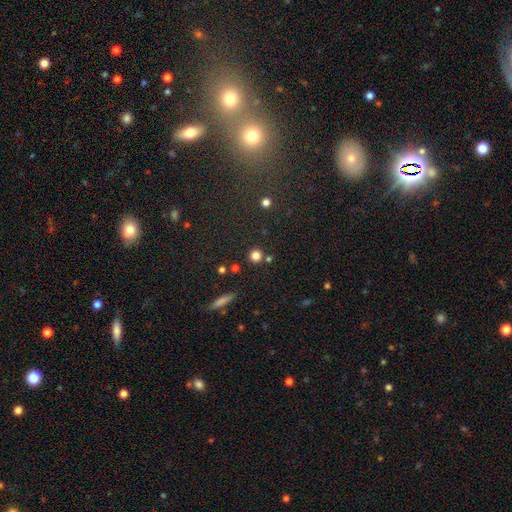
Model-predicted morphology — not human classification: Overall: smooth (80%). How rounded: round (92%). Merging: none (81%).